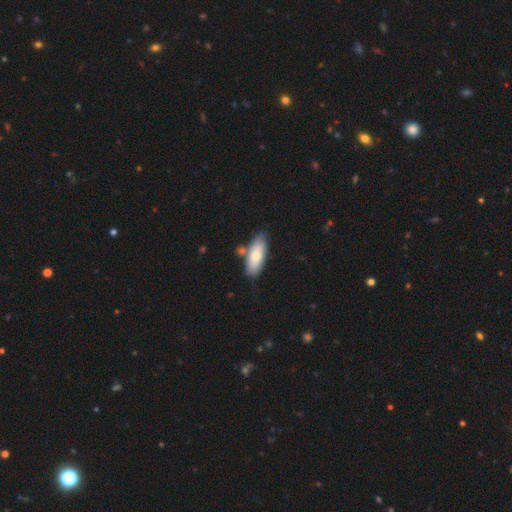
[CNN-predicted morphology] The model was most divided on "smooth or featured": smooth: 71%, featured or disk: 23%, star or artifact: 6%. More confident: how rounded — in between (75%); merging — none (70%).